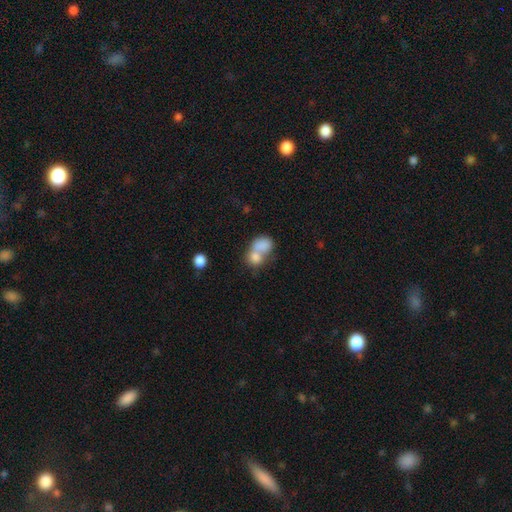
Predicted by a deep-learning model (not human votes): smooth-or-featured: smooth: 78% | featured or disk: 14% | star or artifact: 8%
  how-rounded: in between: 55% | round: 43% | cigar-shaped: 1%
  merging: merger: 71% | none: 18% | minor disturbance: 6% | major disturbance: 4%